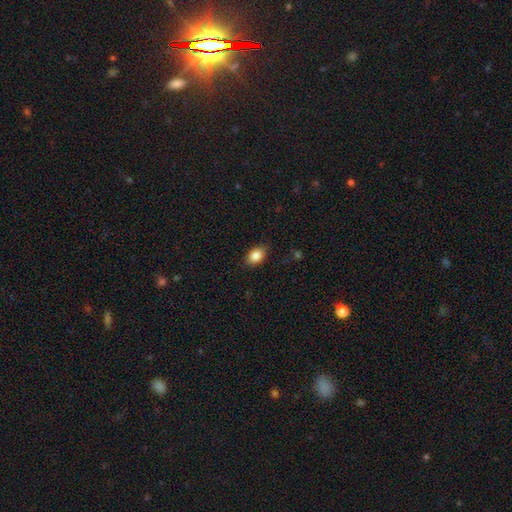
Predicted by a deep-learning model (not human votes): Overall: smooth (87%). How rounded: in between (85%). Merging: none (87%).